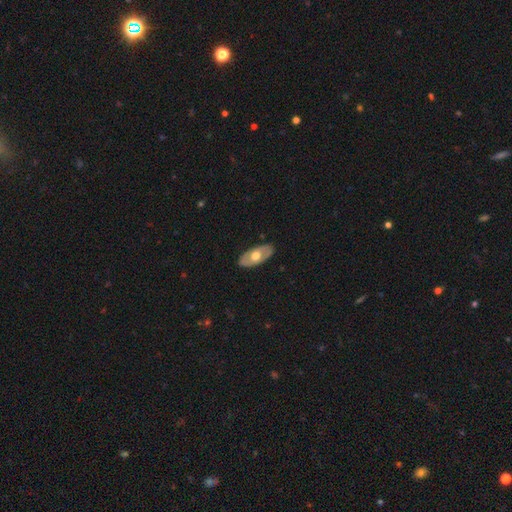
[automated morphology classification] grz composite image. It shows a featured or disk galaxy (50%). Merging: none (86%).